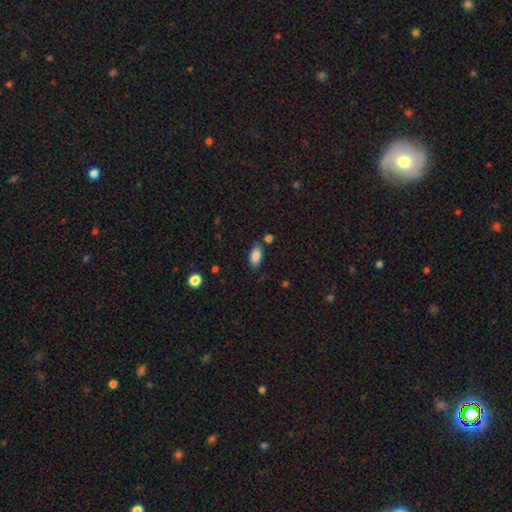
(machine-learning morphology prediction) This is clearly a smooth galaxy (86%). How rounded: clearly in between (89%). Merging: likely none (76%).